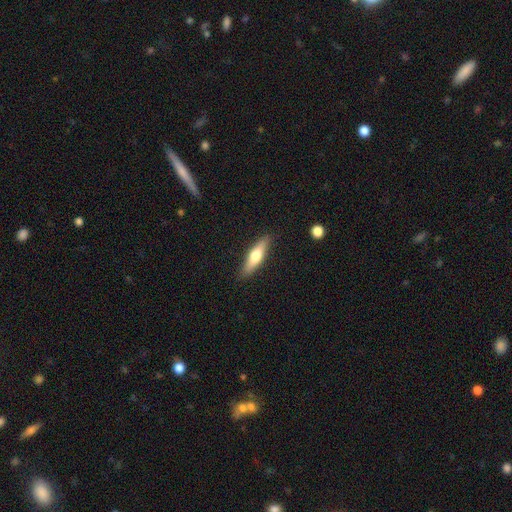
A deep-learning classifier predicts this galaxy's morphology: Overall: smooth (53%; featured or disk 41%). How rounded: cigar-shaped (69%; in between 29%). Merging: none (88%).